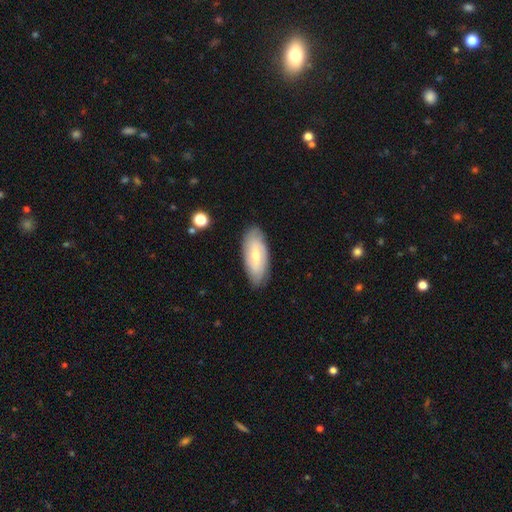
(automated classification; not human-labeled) Smooth or featured? smooth (57%)
How rounded? in between (84%)
Merging? none (84%)